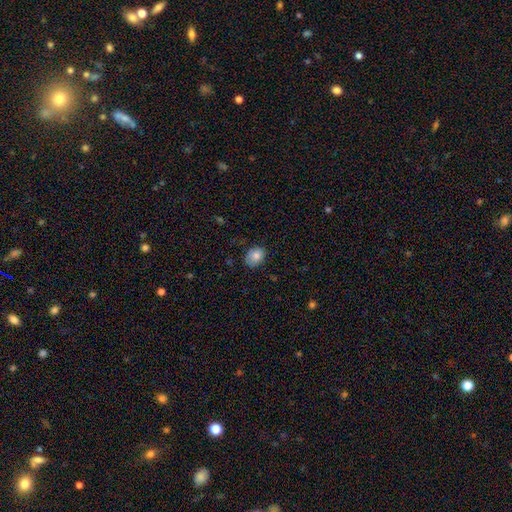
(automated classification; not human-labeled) Smooth or featured? Predicted: smooth (p=0.83). How rounded? Predicted: in between (p=0.57). Merging? Predicted: none (p=0.76).